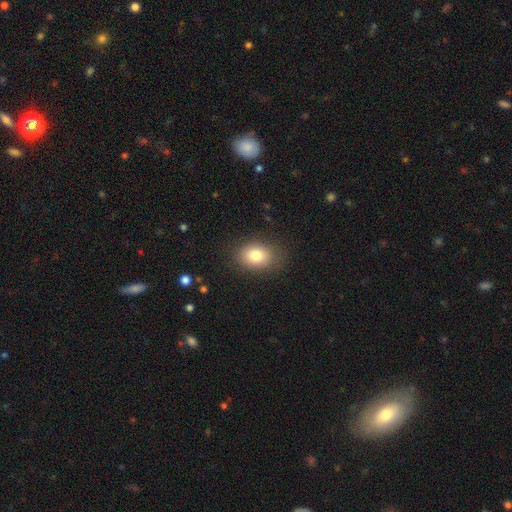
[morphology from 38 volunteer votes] Smooth or featured?
  - smooth: 84% *
  - featured or disk: 8%
  - star or artifact: 8%
How rounded?
  - round: 59% *
  - in between: 41%
  - cigar-shaped: 0%
Merging?
  - none: 83% *
  - minor disturbance: 17%
  - major disturbance: 0%
  - merger: 0%